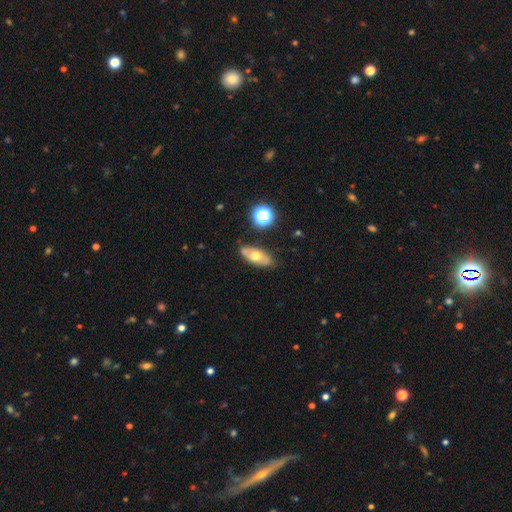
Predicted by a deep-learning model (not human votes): Smooth or featured: smooth — 51% (featured or disk — 41%)
How rounded: in between — 80% (cigar-shaped — 12%)
Merging: none — 79% (minor disturbance — 15%)